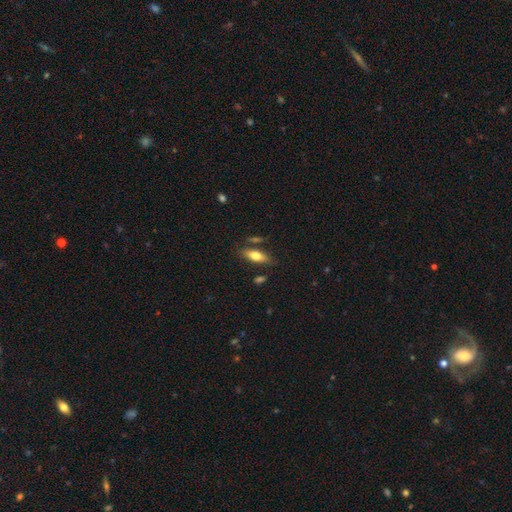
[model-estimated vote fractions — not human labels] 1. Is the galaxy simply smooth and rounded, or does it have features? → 70% smooth, 23% featured or disk, 7% star or artifact.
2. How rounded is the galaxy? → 69% in between, 28% cigar-shaped, 3% round.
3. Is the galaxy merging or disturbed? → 74% none, 15% minor disturbance, 8% merger, 4% major disturbance.